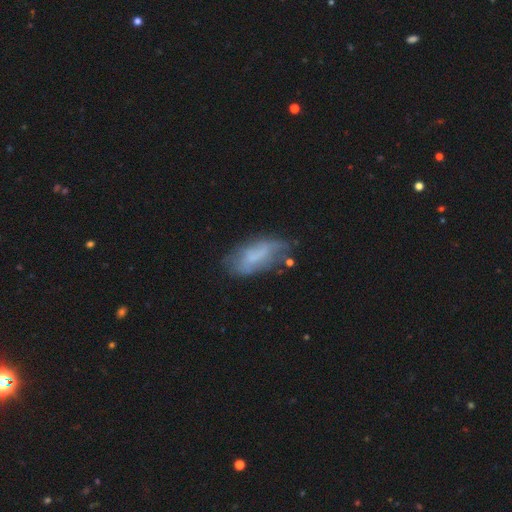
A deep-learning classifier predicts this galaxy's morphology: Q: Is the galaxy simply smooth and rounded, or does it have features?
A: smooth — 53%.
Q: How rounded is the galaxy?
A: in between — 84%.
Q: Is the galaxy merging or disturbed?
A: none — 54%.